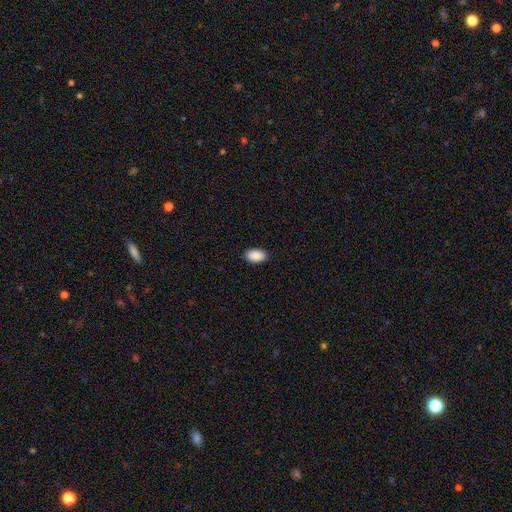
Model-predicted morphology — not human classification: Smooth or featured: smooth — 91% (star or artifact — 7%)
How rounded: in between — 94% (round — 4%)
Merging: none — 89% (minor disturbance — 8%)